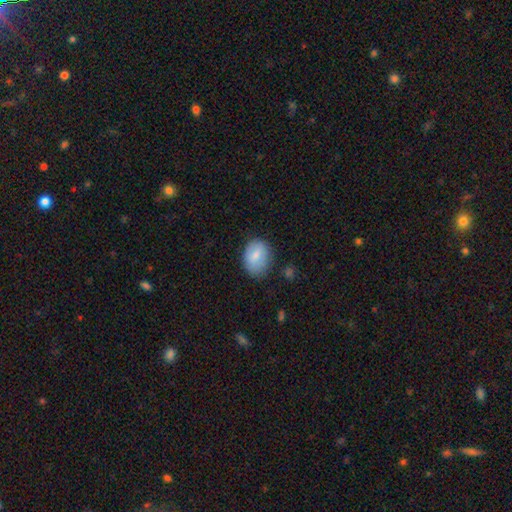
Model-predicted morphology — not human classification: smooth 80%, featured or disk 13%, star or artifact 7%. Down the decision tree: how rounded — in between (66%); merging — none (74%).